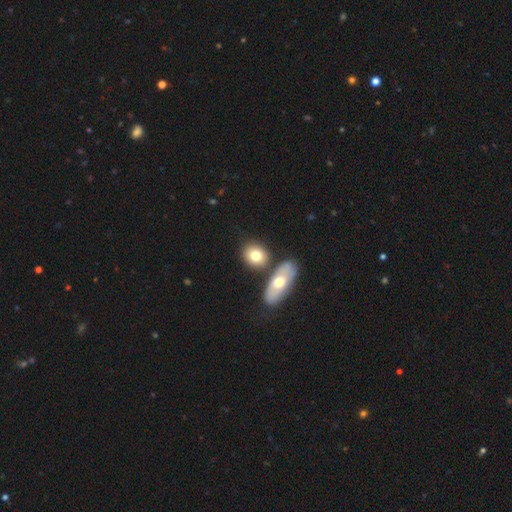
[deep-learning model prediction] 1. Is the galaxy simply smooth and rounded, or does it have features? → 74% smooth, 19% featured or disk, 7% star or artifact.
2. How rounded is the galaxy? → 49% in between, 48% round, 3% cigar-shaped.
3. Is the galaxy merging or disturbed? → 67% none, 19% merger, 10% minor disturbance, 3% major disturbance.